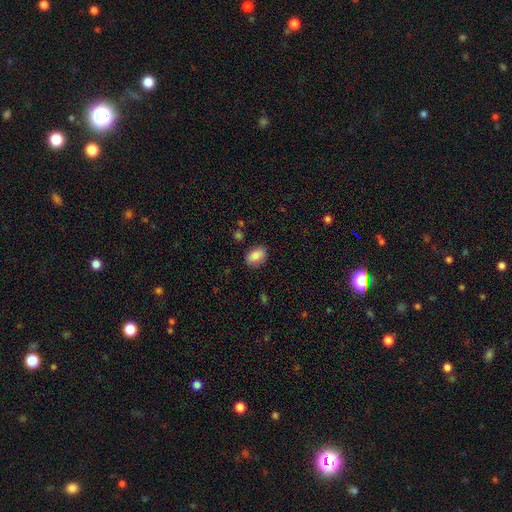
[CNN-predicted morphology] This is clearly a smooth galaxy (88%). How rounded: clearly in between (85%). Merging: clearly none (84%).